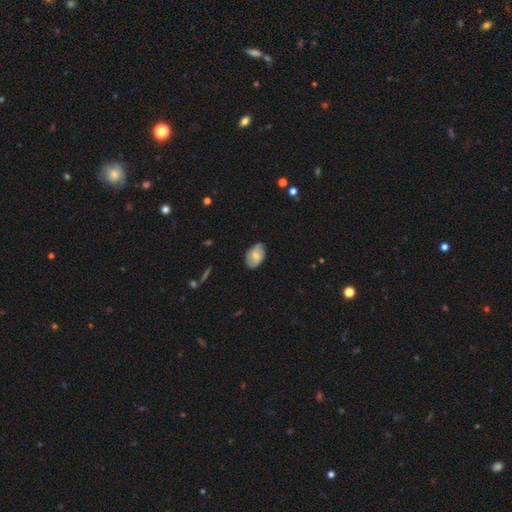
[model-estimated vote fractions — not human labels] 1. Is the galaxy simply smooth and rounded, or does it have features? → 61% smooth, 31% featured or disk, 7% star or artifact.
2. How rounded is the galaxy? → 90% in between, 9% round, 1% cigar-shaped.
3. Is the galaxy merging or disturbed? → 73% none, 22% minor disturbance, 3% major disturbance, 1% merger.